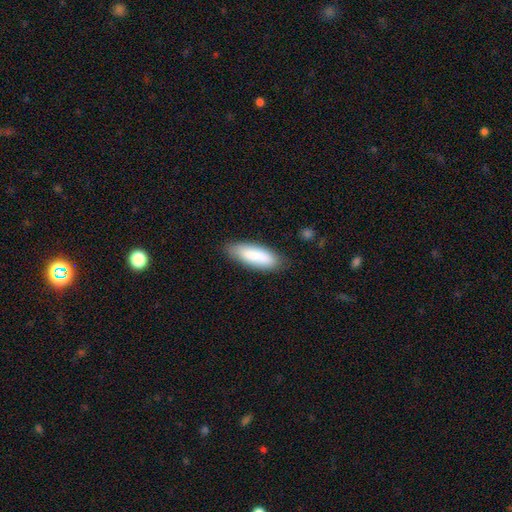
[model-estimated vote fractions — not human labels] The model was most divided on "how rounded": in between: 62%, cigar-shaped: 36%, round: 2%. More confident: smooth or featured — smooth (85%); merging — none (82%).